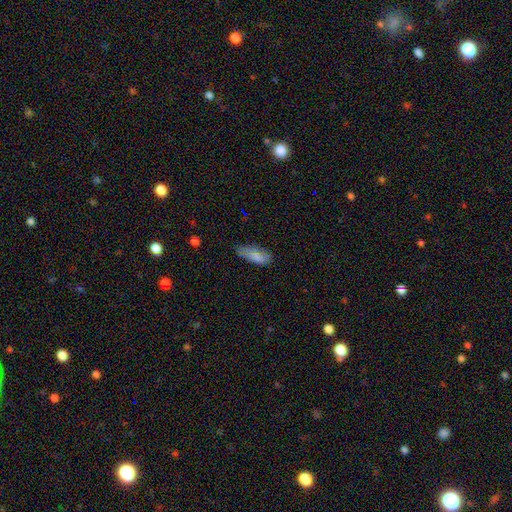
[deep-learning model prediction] Smooth or featured?
  - smooth: 78% *
  - featured or disk: 13%
  - star or artifact: 9%
How rounded?
  - in between: 80% *
  - cigar-shaped: 17%
  - round: 2%
Merging?
  - none: 65% *
  - minor disturbance: 27%
  - major disturbance: 7%
  - merger: 2%